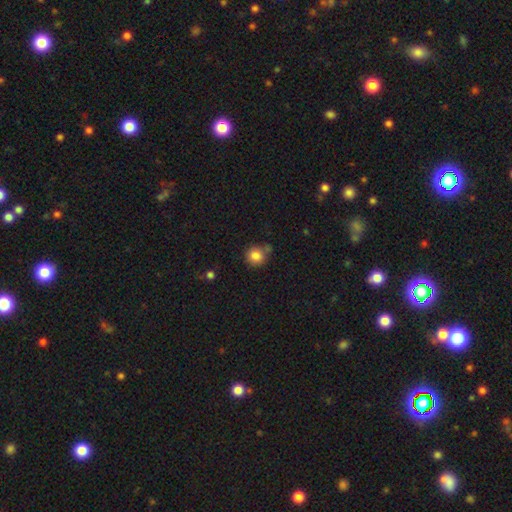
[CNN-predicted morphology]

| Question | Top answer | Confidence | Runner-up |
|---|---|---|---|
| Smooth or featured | smooth | 85% | star or artifact (10%) |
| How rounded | round | 89% | in between (10%) |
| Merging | none | 69% | minor disturbance (17%) |